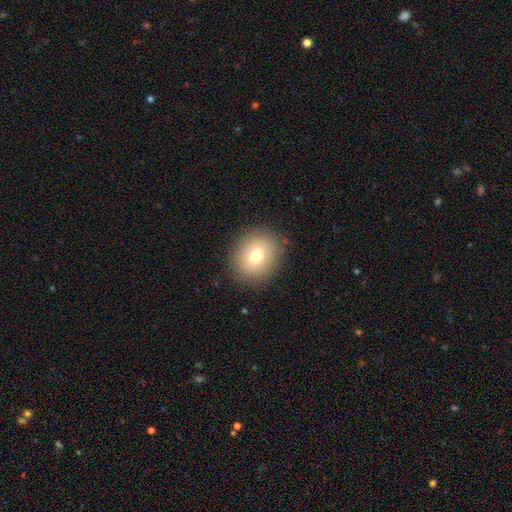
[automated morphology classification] Overall: smooth (72%). How rounded: round (65%; in between 35%). Merging: none (86%).